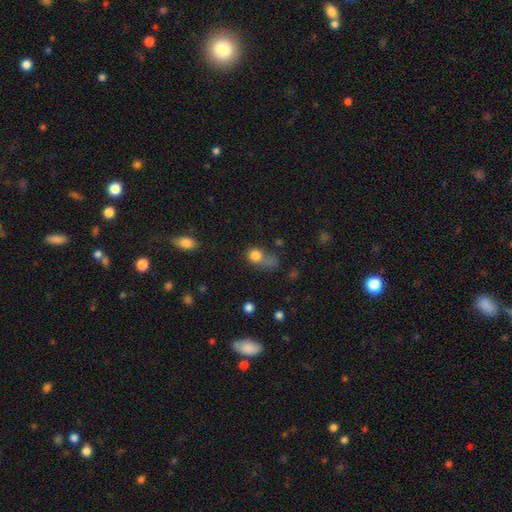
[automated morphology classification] Q: Smooth or featured?
A: smooth (80%); runner-up: star or artifact (12%)
Q: How rounded?
A: round (79%); runner-up: in between (19%)
Q: Merging?
A: none (41%); runner-up: merger (30%)